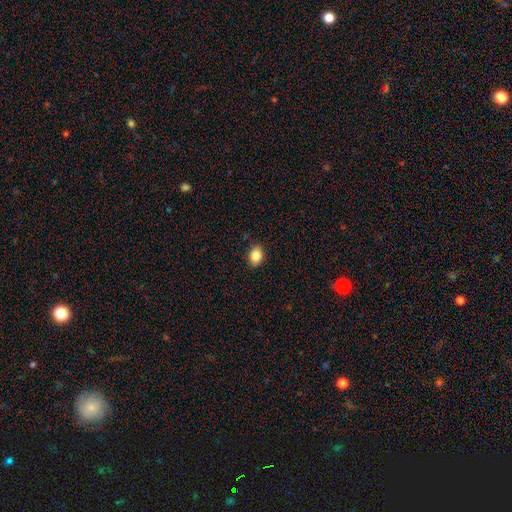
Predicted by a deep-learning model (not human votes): Q: Smooth or featured?
A: smooth (85%); runner-up: star or artifact (9%)
Q: How rounded?
A: in between (68%); runner-up: round (31%)
Q: Merging?
A: none (88%); runner-up: minor disturbance (9%)